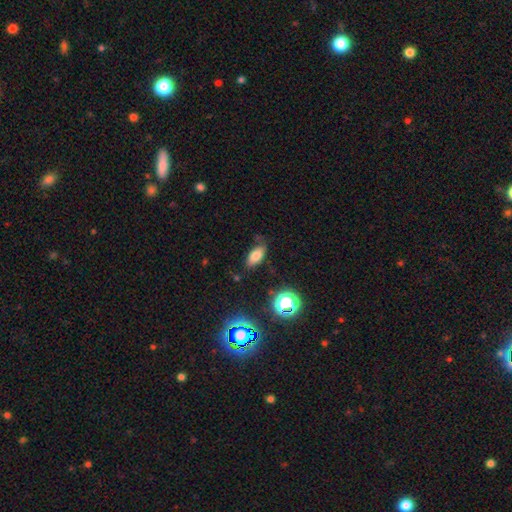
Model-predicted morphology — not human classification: Overall: smooth (75%). How rounded: in between (86%). Merging: none (73%).